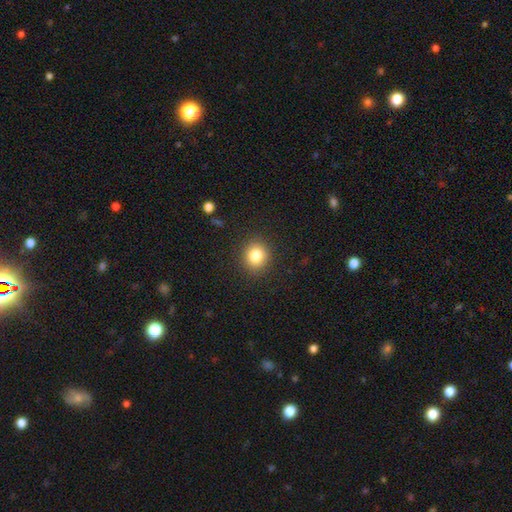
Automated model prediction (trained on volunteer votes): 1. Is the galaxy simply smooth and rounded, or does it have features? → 82% smooth, 11% star or artifact, 7% featured or disk.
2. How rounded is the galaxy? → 83% round, 17% in between, 1% cigar-shaped.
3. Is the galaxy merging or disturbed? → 90% none, 7% minor disturbance, 3% major disturbance, 1% merger.